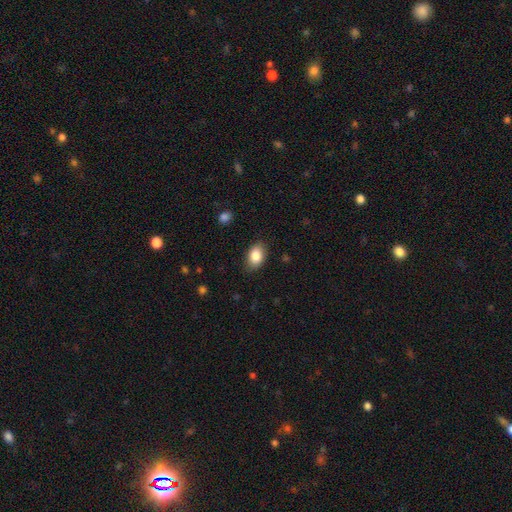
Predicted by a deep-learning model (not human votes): The model was most divided on "merging": none: 84%, minor disturbance: 12%, major disturbance: 3%, merger: 1%. More confident: how rounded — in between (86%); smooth or featured — smooth (86%).